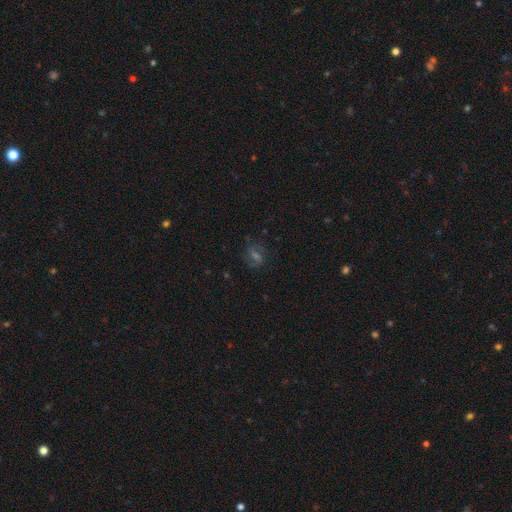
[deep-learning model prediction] smooth_or_featured: featured or disk (p=0.47) [alt: smooth p=0.27]
merging: none (p=0.77) [alt: minor disturbance p=0.14]